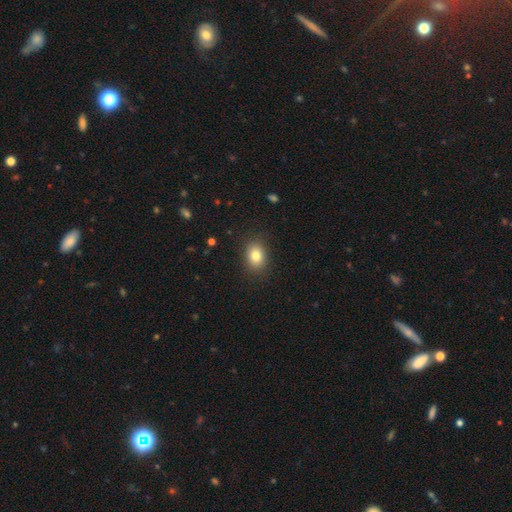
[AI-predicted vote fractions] smooth-or-featured: smooth: 81% | star or artifact: 10% | featured or disk: 8%
  how-rounded: in between: 64% | round: 35% | cigar-shaped: 1%
  merging: none: 87% | minor disturbance: 9% | major disturbance: 3% | merger: 1%